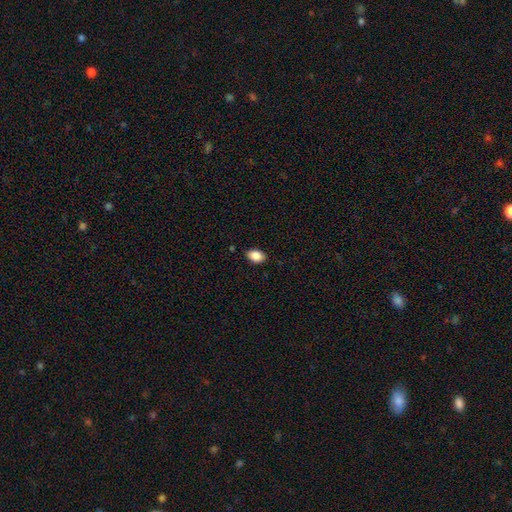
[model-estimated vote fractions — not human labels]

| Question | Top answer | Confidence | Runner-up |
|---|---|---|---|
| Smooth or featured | smooth | 87% | star or artifact (8%) |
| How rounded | in between | 85% | round (14%) |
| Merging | none | 85% | minor disturbance (12%) |